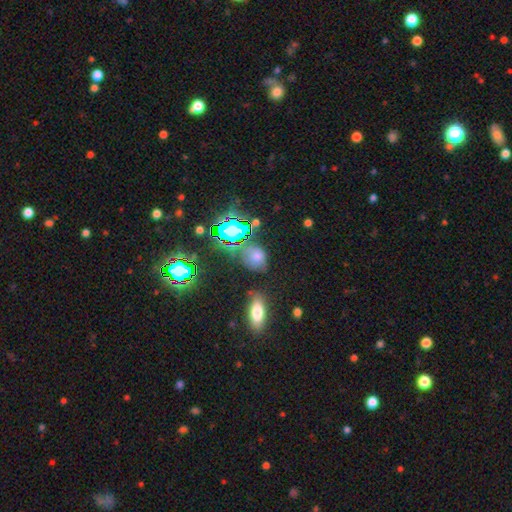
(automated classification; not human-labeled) Overall: smooth (54%; star or artifact 34%). How rounded: in between (51%; round 46%). Merging: none (63%).